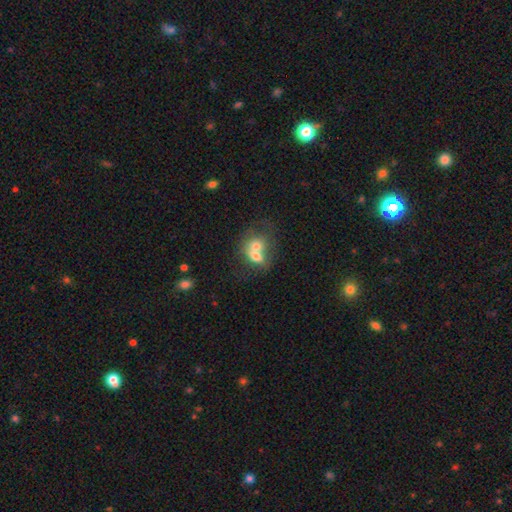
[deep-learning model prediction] This appears to be a smooth galaxy with no disk features (62%) that is in between round and cigar-shaped (52%). Merging: merger (74%).